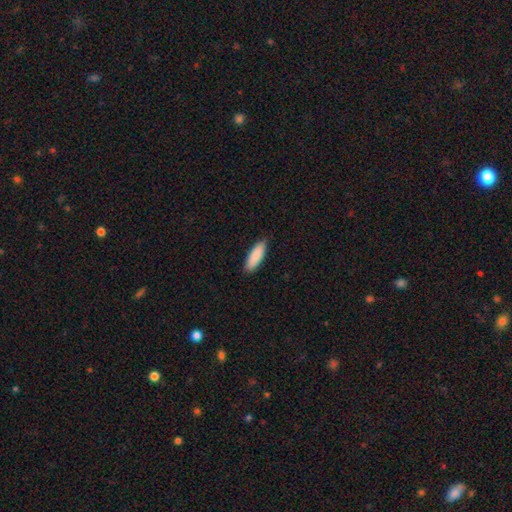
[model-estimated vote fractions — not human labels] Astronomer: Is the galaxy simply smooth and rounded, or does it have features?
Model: smooth — 89%.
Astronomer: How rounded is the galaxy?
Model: in between — 59% (runner-up: cigar-shaped, 39%).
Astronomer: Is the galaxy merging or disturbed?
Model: none — 86%.